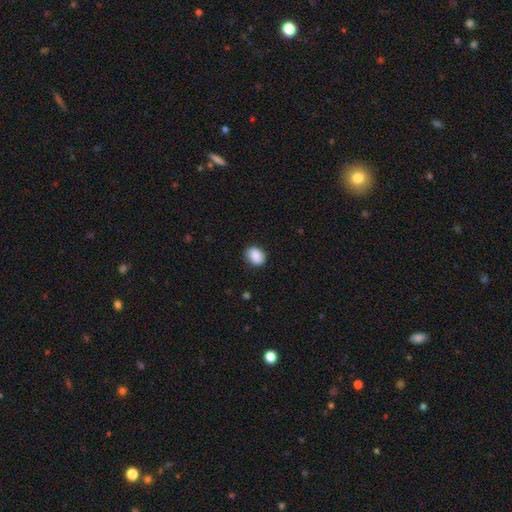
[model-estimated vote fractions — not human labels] This appears to be a smooth galaxy with no disk features (79%) that is in between round and cigar-shaped (51%). Merging: none (81%).